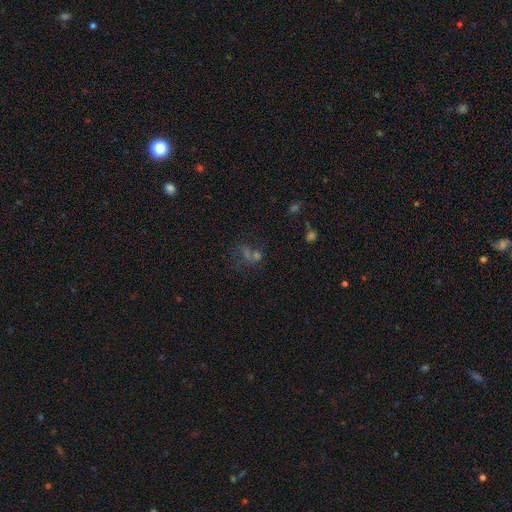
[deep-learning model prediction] Q: Smooth or featured?
A: star or artifact (37%); runner-up: smooth (34%)